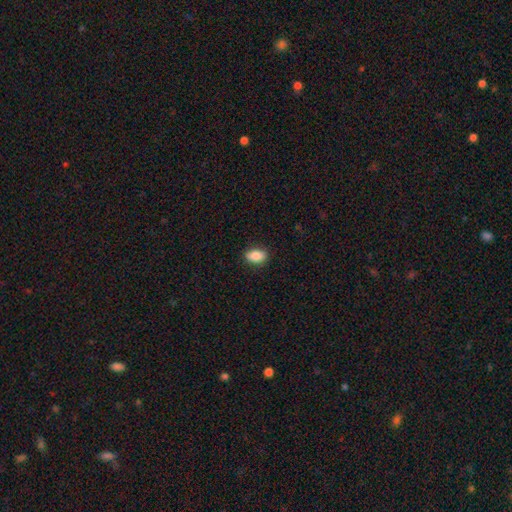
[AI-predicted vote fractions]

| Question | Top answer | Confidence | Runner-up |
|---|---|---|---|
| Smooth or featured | smooth | 87% | star or artifact (8%) |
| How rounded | in between | 88% | round (10%) |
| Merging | none | 86% | minor disturbance (10%) |